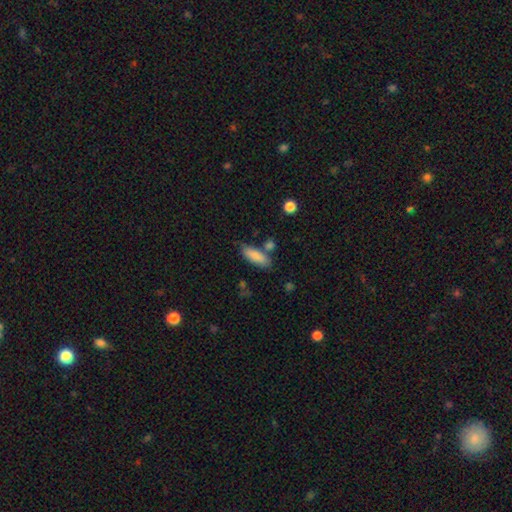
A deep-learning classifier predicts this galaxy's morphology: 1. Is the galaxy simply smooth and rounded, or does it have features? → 82% smooth, 12% featured or disk, 6% star or artifact.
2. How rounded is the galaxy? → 67% in between, 31% cigar-shaped, 2% round.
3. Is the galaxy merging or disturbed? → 68% none, 17% minor disturbance, 12% merger, 4% major disturbance.